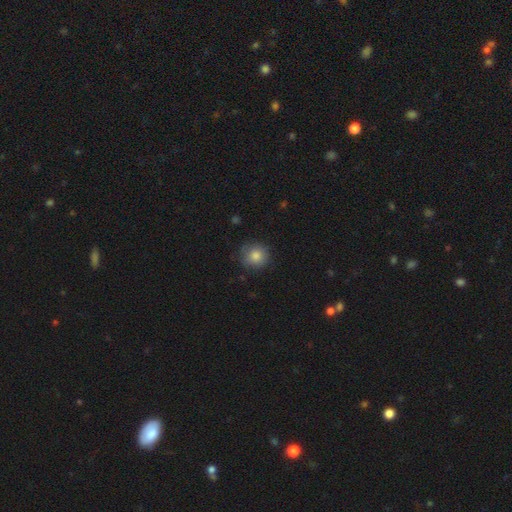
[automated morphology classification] smooth-or-featured: smooth: 83% | star or artifact: 9% | featured or disk: 7%
  how-rounded: round: 92% | in between: 7% | cigar-shaped: 1%
  merging: none: 82% | minor disturbance: 13% | major disturbance: 3% | merger: 1%